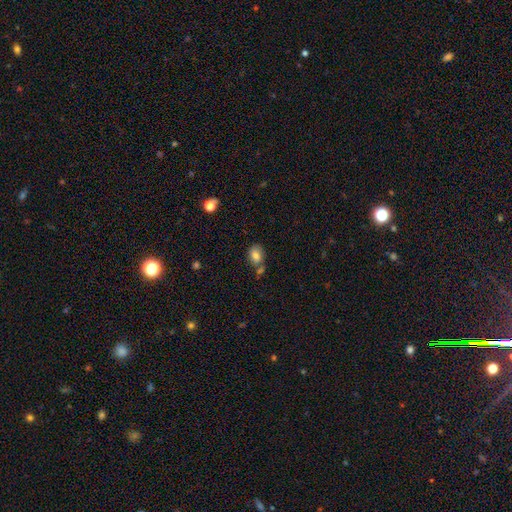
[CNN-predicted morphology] Smooth or featured?
  - smooth: 79% *
  - featured or disk: 11%
  - star or artifact: 10%
How rounded?
  - in between: 69% *
  - round: 30%
  - cigar-shaped: 1%
Merging?
  - none: 54% *
  - merger: 24%
  - minor disturbance: 17%
  - major disturbance: 5%